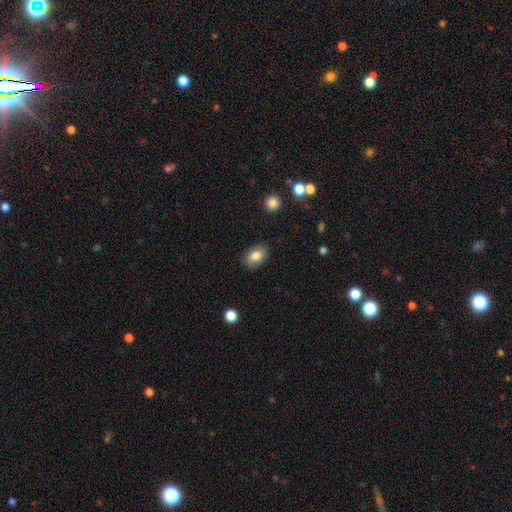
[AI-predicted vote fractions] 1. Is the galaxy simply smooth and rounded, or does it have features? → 79% smooth, 13% featured or disk, 8% star or artifact.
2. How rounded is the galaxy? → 84% in between, 15% round, 1% cigar-shaped.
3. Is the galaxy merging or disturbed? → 82% none, 13% minor disturbance, 3% major disturbance, 1% merger.